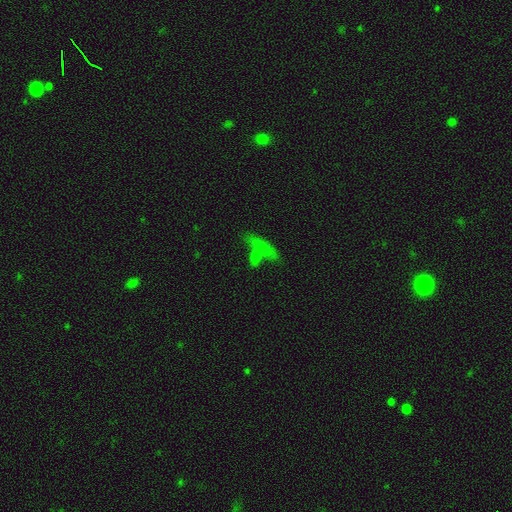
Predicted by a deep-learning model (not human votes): Q: Smooth or featured?
A: smooth (63%); runner-up: featured or disk (20%)
Q: How rounded?
A: in between (46%); runner-up: cigar-shaped (45%)
Q: Merging?
A: none (42%); runner-up: merger (38%)